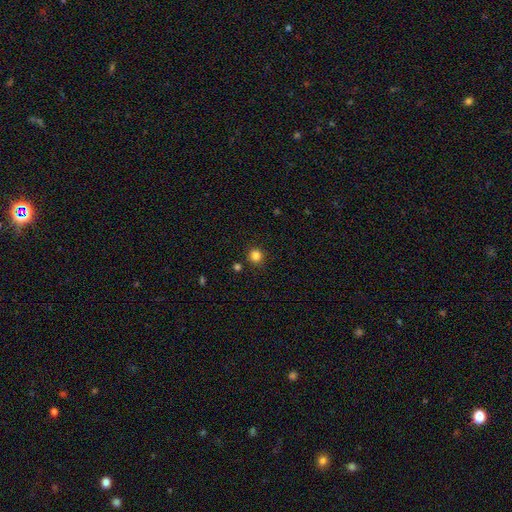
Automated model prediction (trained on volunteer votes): Overall: smooth (84%). How rounded: round (93%). Merging: none (89%).